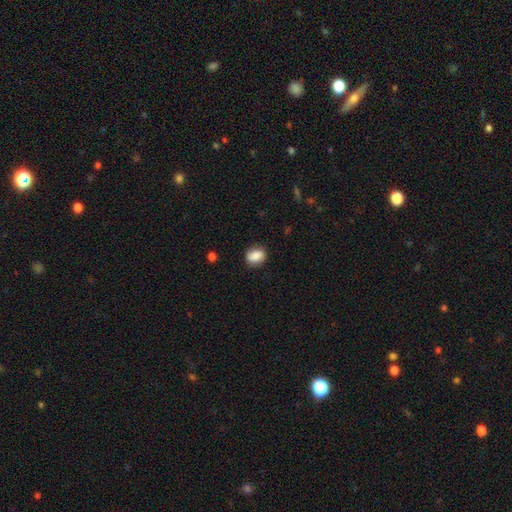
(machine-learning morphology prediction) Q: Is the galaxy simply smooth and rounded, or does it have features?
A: smooth — 80%.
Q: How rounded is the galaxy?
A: in between — 51%.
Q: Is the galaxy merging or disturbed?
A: none — 84%.